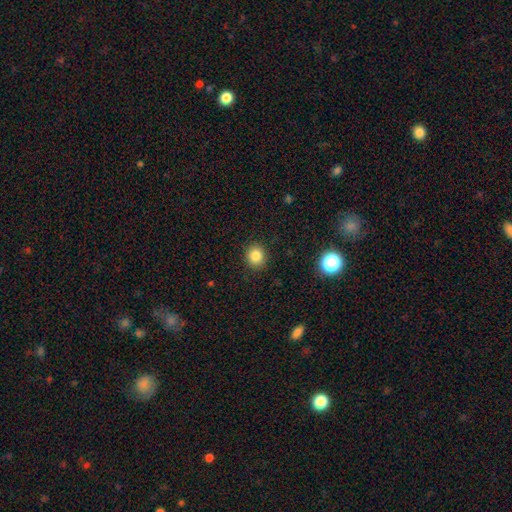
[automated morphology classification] smooth 84%, star or artifact 11%, featured or disk 5%. Down the decision tree: how rounded — round (81%); merging — none (90%).